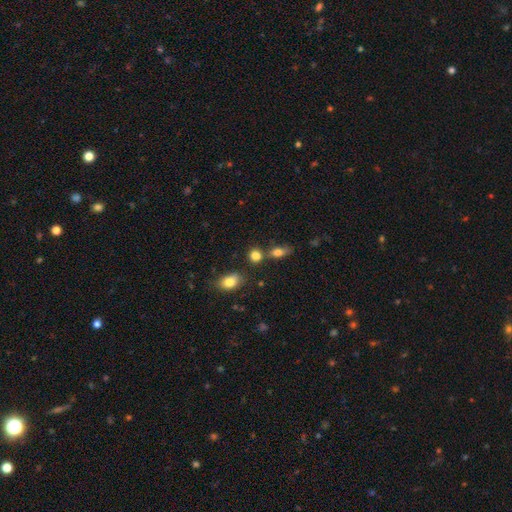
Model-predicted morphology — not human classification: Q: Smooth or featured?
A: smooth (81%); runner-up: star or artifact (12%)
Q: How rounded?
A: round (60%); runner-up: in between (36%)
Q: Merging?
A: none (64%); runner-up: merger (21%)